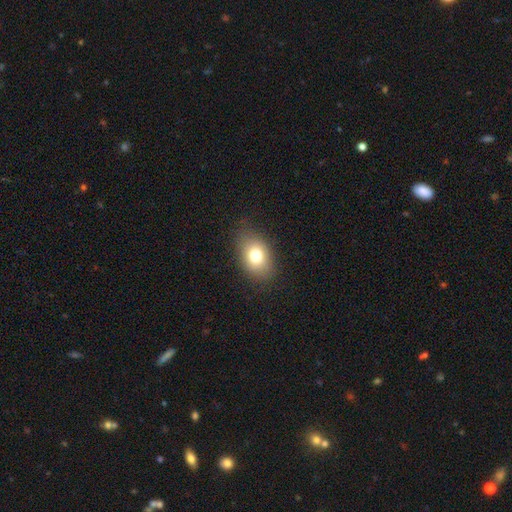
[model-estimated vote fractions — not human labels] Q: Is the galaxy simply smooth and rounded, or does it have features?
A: smooth — 76%.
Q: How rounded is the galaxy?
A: in between — 79%.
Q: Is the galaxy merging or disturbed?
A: none — 82%.